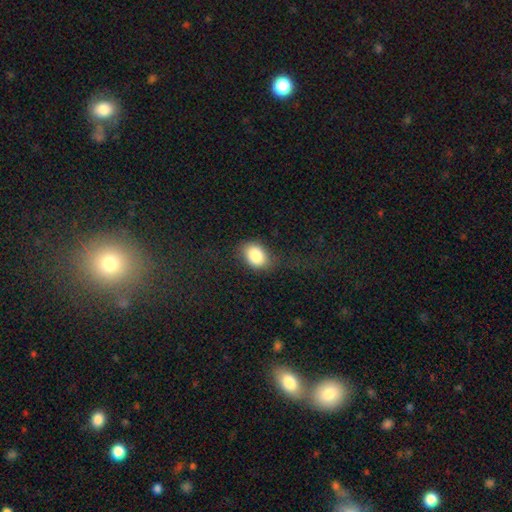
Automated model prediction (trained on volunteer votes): Morphology: type=smooth (85%); roundness=in between (75%); merging=none (69%).